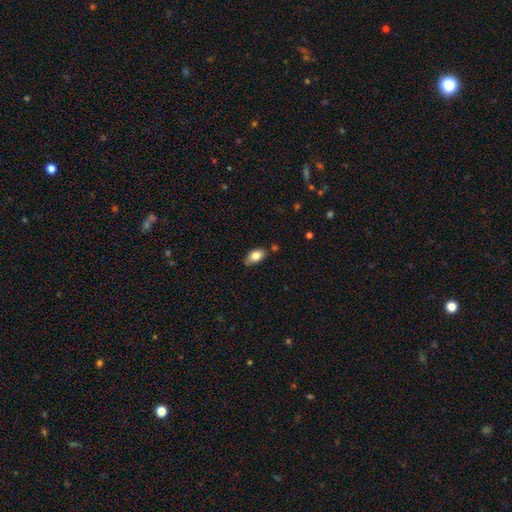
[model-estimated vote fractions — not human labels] Morphology: type=smooth (80%); roundness=in between (91%); merging=none (75%).